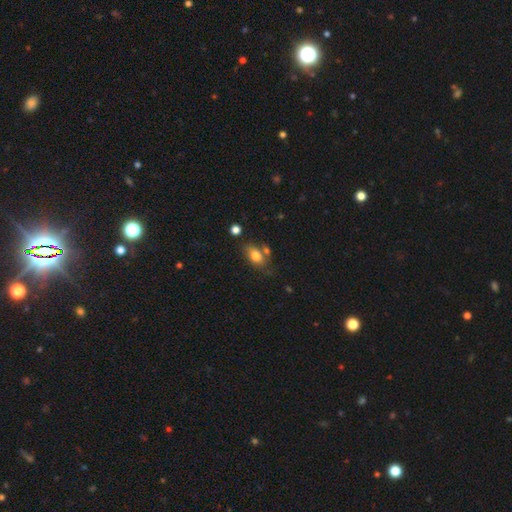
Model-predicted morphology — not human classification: Overall: smooth (79%). How rounded: in between (86%). Merging: none (58%; minor disturbance 18%).